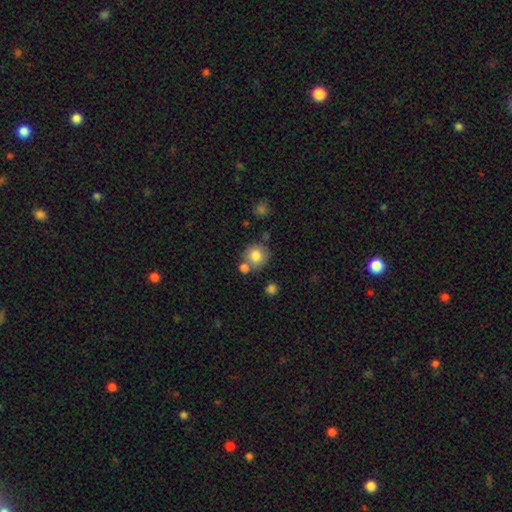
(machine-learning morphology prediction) smooth_or_featured: smooth (p=0.80) [alt: featured or disk p=0.10]
how_rounded: round (p=0.86) [alt: in between p=0.13]
merging: none (p=0.63) [alt: merger p=0.21]